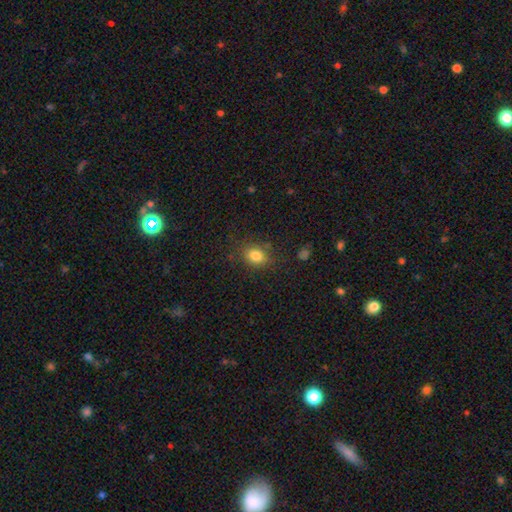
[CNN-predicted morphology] type=smooth (82%); roundness=in between (60%); merging=none (79%).